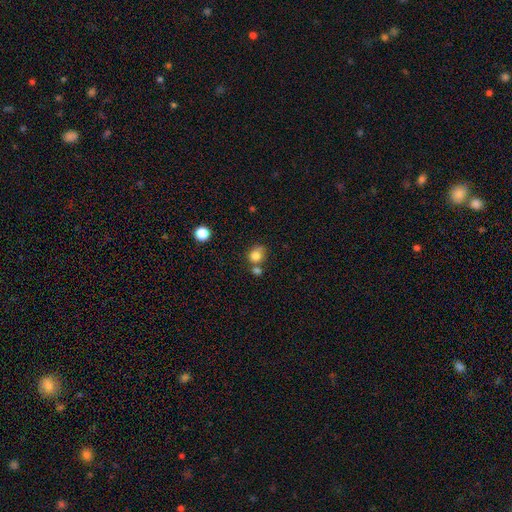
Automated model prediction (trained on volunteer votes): Q: Smooth or featured?
A: smooth (82%); runner-up: star or artifact (11%)
Q: How rounded?
A: round (71%); runner-up: in between (28%)
Q: Merging?
A: none (50%); runner-up: merger (28%)